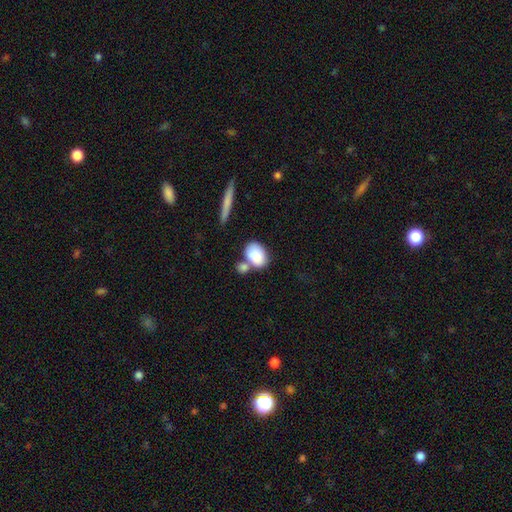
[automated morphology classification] smooth_or_featured: smooth (p=0.84) [alt: featured or disk p=0.10]
how_rounded: in between (p=0.81) [alt: round p=0.17]
merging: none (p=0.45) [alt: merger p=0.37]